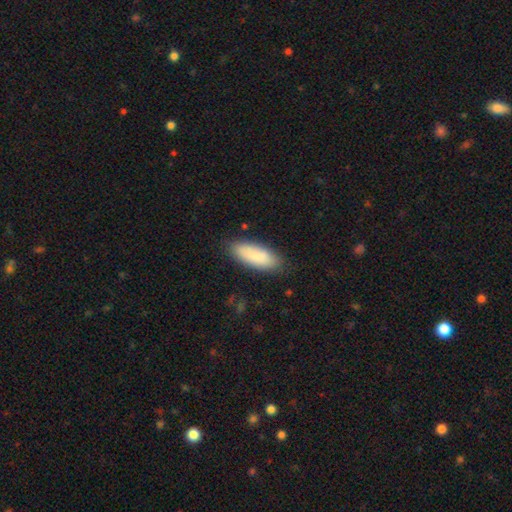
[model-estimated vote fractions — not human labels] Smooth or featured? Predicted: smooth (p=0.85). How rounded? Predicted: in between (p=0.73). Merging? Predicted: none (p=0.84).